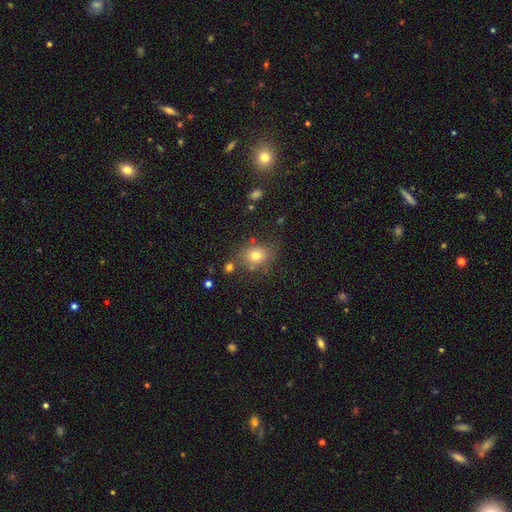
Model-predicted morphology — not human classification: Smooth or featured? smooth (74%)
How rounded? round (61%)
Merging? none (71%)